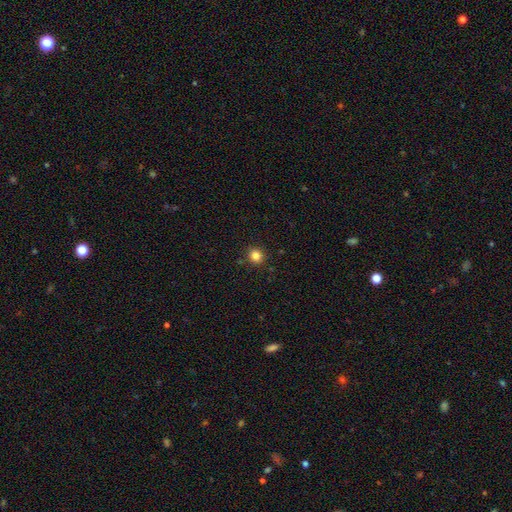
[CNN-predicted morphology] smooth 84%, star or artifact 12%, featured or disk 4%. Down the decision tree: how rounded — round (87%); merging — none (90%).